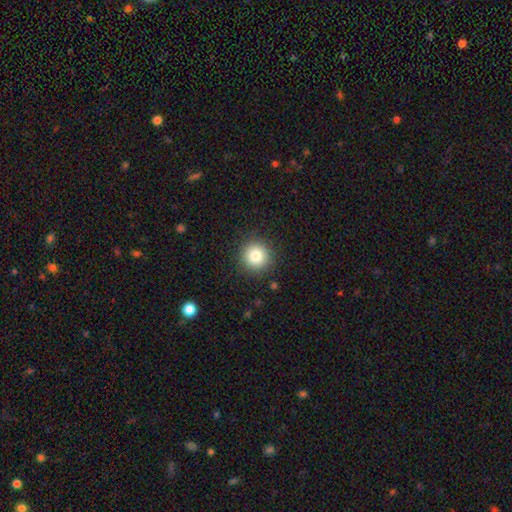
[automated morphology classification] Overall: smooth (82%). How rounded: round (95%). Merging: none (90%).